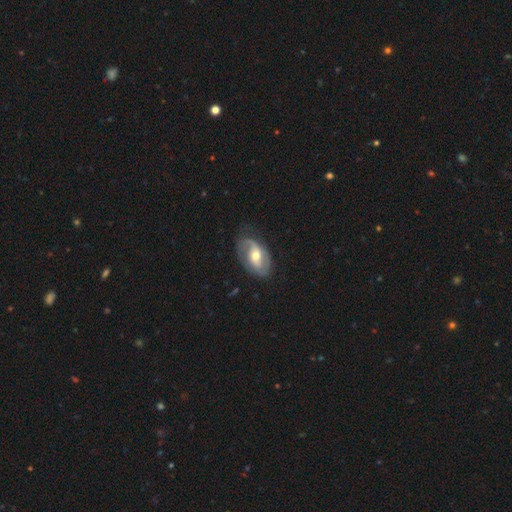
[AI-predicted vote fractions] smooth-or-featured: featured or disk: 78% | smooth: 17% | star or artifact: 5%
  disk-edge-on: no: 95% | yes: 5%
    bar: weak: 41% | no: 36% | strong: 22%
    has-spiral-arms: yes: 87% | no: 13%
      spiral-winding: medium: 43% | tight: 32% | loose: 25%
      spiral-arm-count: 2: 75% | can't tell: 11% | 1: 10% | 3: 2% | 4: 1% | more than 4: 1%
    bulge-size: moderate: 71% | small: 20% | large: 7% | none: 1% | dominant: 1%
  merging: none: 67% | minor disturbance: 22% | major disturbance: 10% | merger: 1%